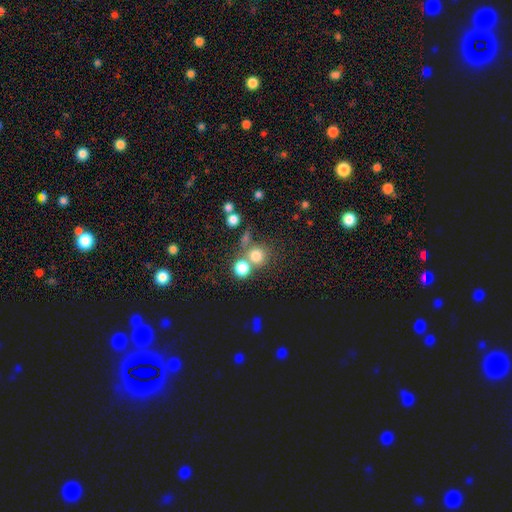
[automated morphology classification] Q: Smooth or featured?
A: smooth (75%); runner-up: star or artifact (16%)
Q: How rounded?
A: round (87%); runner-up: in between (12%)
Q: Merging?
A: none (55%); runner-up: merger (31%)